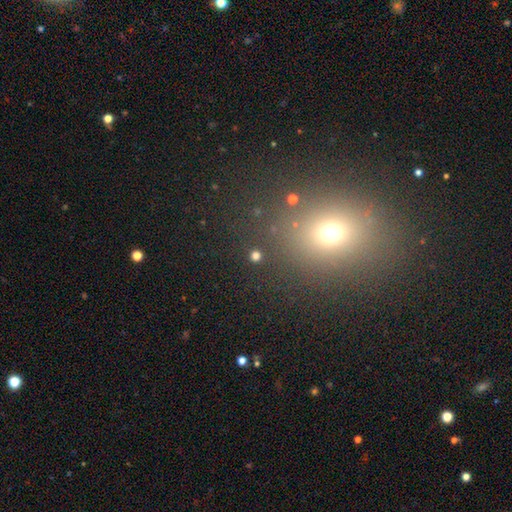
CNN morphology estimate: A smooth galaxy with no disk features (74%) that is round (91%). Merging: none (89%).